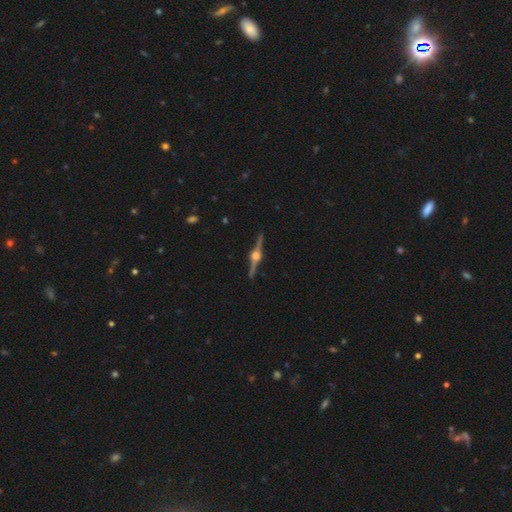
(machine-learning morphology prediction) The model was most divided on "smooth or featured": featured or disk: 90%, star or artifact: 6%, smooth: 5%. More confident: edge-on disk — yes (98%); edge-on bulge — rounded (94%); merging — none (91%).